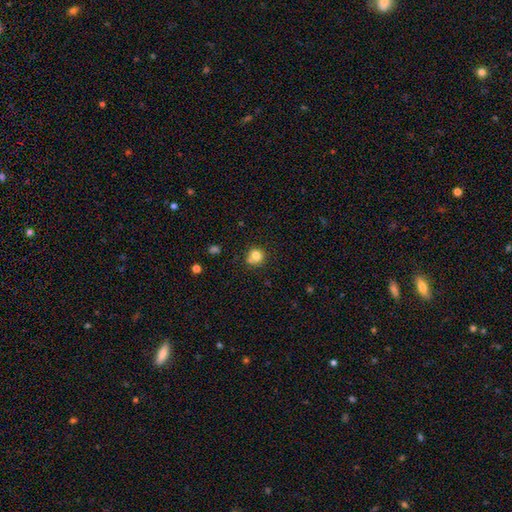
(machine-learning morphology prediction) This is clearly a smooth galaxy (81%). How rounded: clearly round (88%). Merging: likely none (66%).